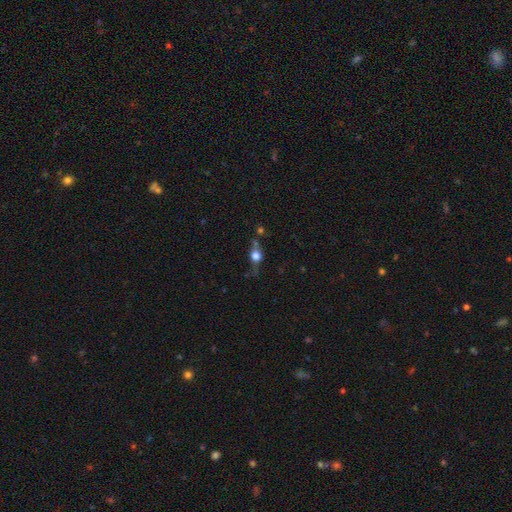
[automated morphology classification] type=smooth (52%); roundness=round (63%); merging=none (55%).